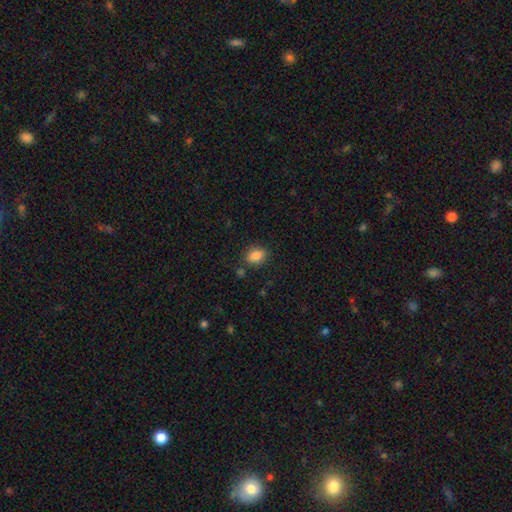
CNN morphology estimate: smooth-or-featured: smooth: 86% | star or artifact: 9% | featured or disk: 5%
  how-rounded: in between: 76% | round: 22% | cigar-shaped: 2%
  merging: none: 81% | minor disturbance: 12% | merger: 4% | major disturbance: 3%